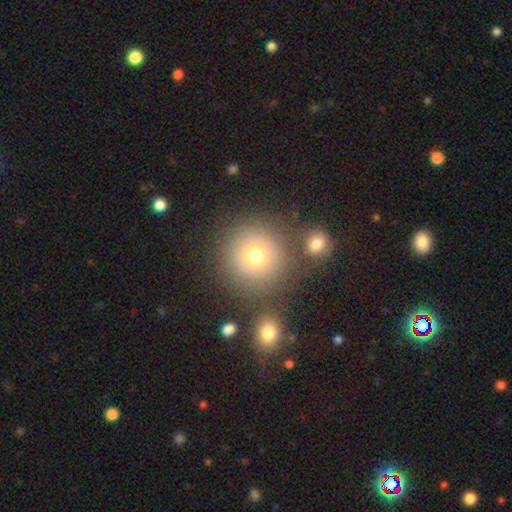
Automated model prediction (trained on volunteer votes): Smooth or featured: smooth — 73% (star or artifact — 14%)
How rounded: round — 94% (in between — 5%)
Merging: none — 77% (merger — 10%)